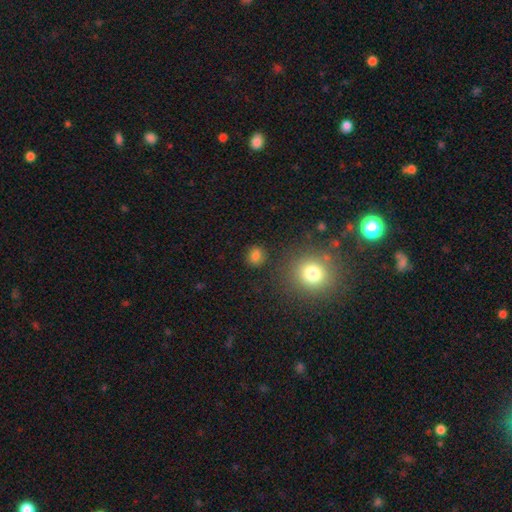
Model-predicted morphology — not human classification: Smooth or featured? smooth (79%)
How rounded? round (76%)
Merging? none (83%)